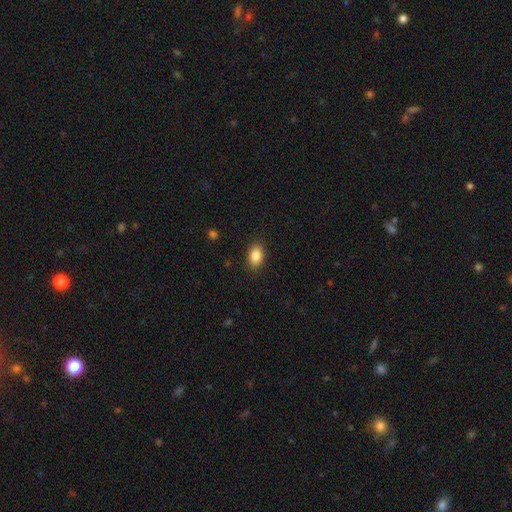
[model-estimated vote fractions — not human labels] Q: Smooth or featured?
A: smooth (86%); runner-up: star or artifact (8%)
Q: How rounded?
A: in between (85%); runner-up: round (13%)
Q: Merging?
A: none (88%); runner-up: minor disturbance (9%)